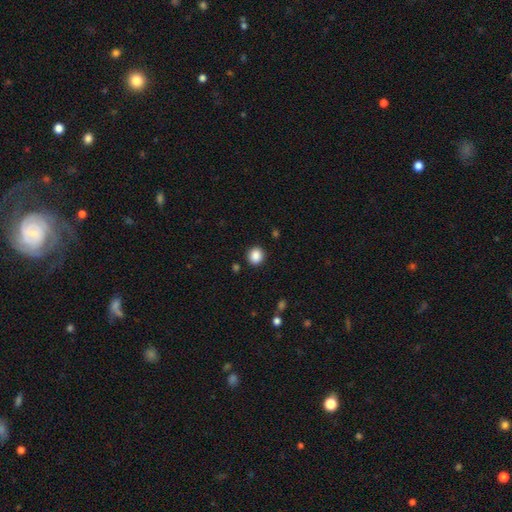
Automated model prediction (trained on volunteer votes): smooth 88%, star or artifact 9%, featured or disk 3%. Down the decision tree: how rounded — round (82%); merging — none (89%).